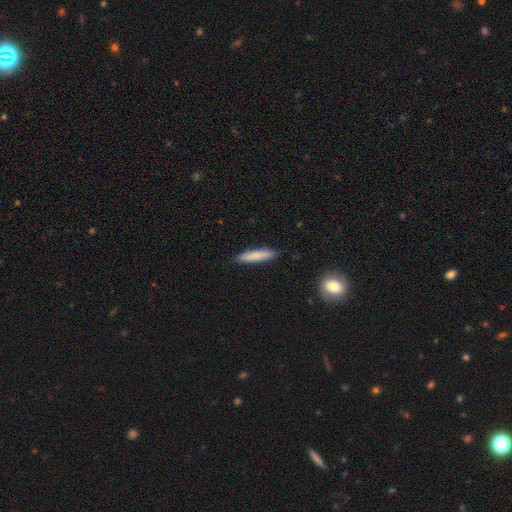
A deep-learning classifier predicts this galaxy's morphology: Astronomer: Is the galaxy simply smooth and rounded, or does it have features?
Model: smooth — 77%.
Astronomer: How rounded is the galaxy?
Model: cigar-shaped — 89%.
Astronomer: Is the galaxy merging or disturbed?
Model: none — 89%.